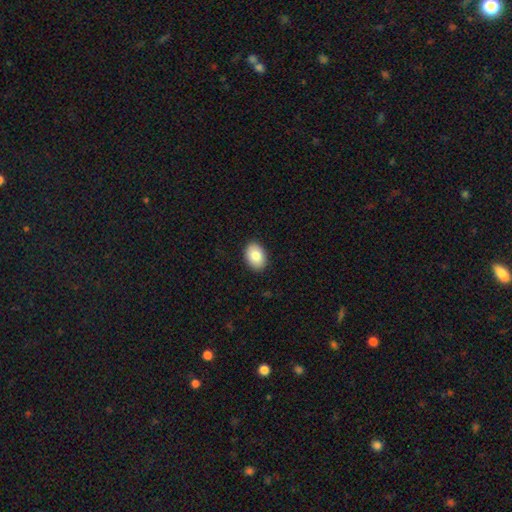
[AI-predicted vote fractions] A smooth galaxy with no disk features (85%) that is in between round and cigar-shaped (85%). Merging: none (90%).